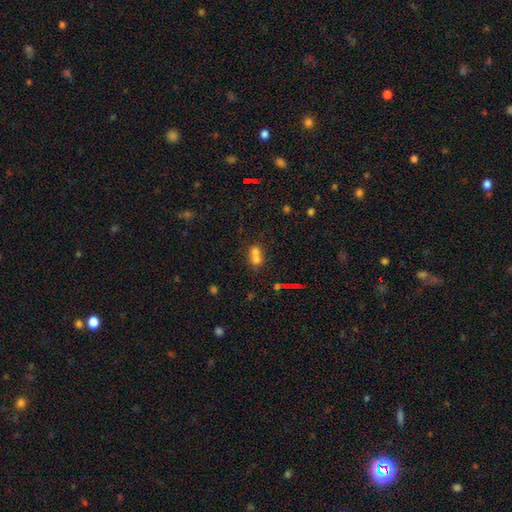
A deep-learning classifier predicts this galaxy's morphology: type=smooth (67%); roundness=round (57%); merging=merger (68%).